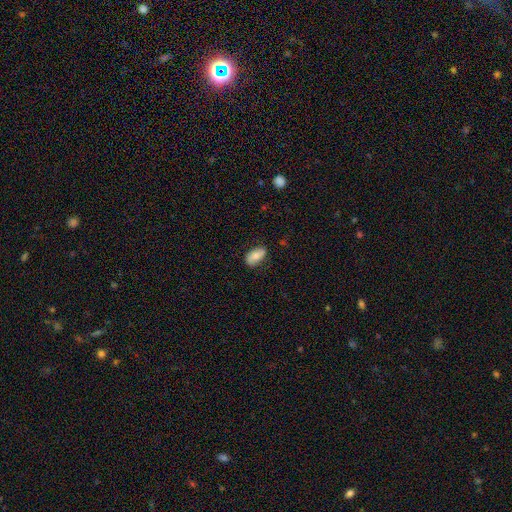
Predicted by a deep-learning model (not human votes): Smooth or featured?
  - smooth: 68% *
  - featured or disk: 25%
  - star or artifact: 7%
How rounded?
  - in between: 92% *
  - round: 5%
  - cigar-shaped: 3%
Merging?
  - none: 78% *
  - minor disturbance: 17%
  - major disturbance: 3%
  - merger: 1%